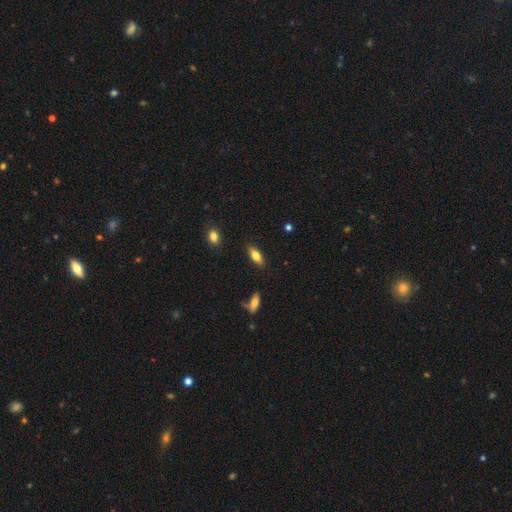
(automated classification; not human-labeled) Smooth or featured: smooth — 74% (featured or disk — 18%)
How rounded: in between — 75% (cigar-shaped — 22%)
Merging: none — 85% (minor disturbance — 11%)